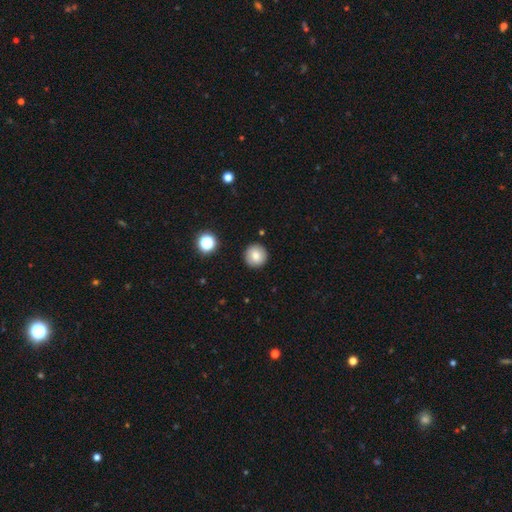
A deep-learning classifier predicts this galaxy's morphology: A smooth galaxy with no disk features (80%) that is round (95%).

Vote fractions:
- Smooth or featured? smooth: 80% / star or artifact: 10% / featured or disk: 10%
- How rounded? round: 95% / in between: 4% / cigar-shaped: 1%
- Merging? none: 91% / minor disturbance: 6% / major disturbance: 2% / merger: 2%